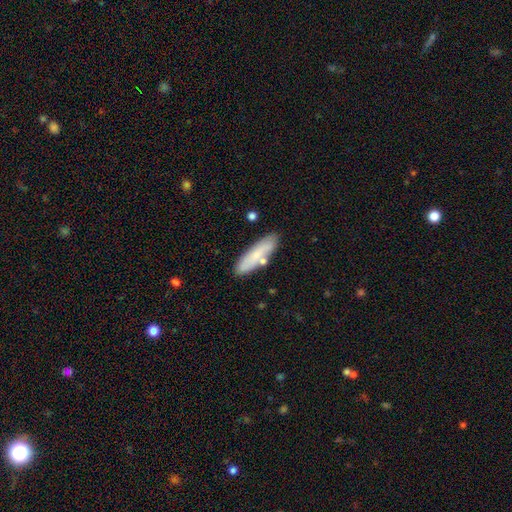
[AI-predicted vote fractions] Smooth or featured?
  - smooth: 71% *
  - featured or disk: 22%
  - star or artifact: 7%
How rounded?
  - cigar-shaped: 69% *
  - in between: 30%
  - round: 2%
Merging?
  - none: 77% *
  - minor disturbance: 13%
  - merger: 7%
  - major disturbance: 3%